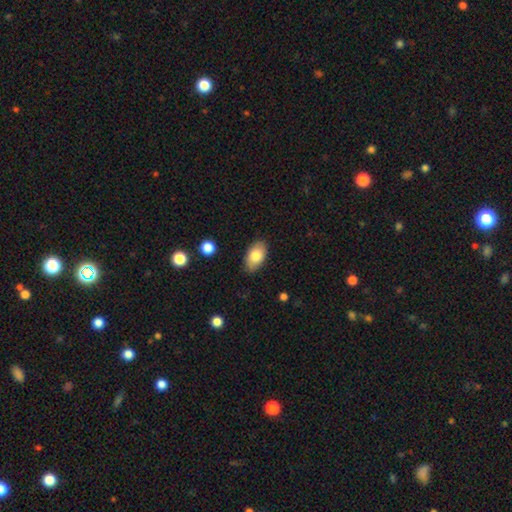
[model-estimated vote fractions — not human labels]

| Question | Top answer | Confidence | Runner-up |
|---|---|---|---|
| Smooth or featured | smooth | 81% | featured or disk (12%) |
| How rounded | in between | 93% | round (5%) |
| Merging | none | 85% | minor disturbance (11%) |